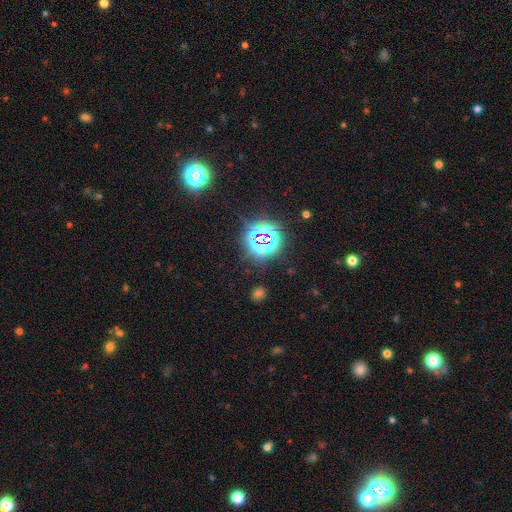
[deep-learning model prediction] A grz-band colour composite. It shows a star or artifact, not a galaxy (69%).